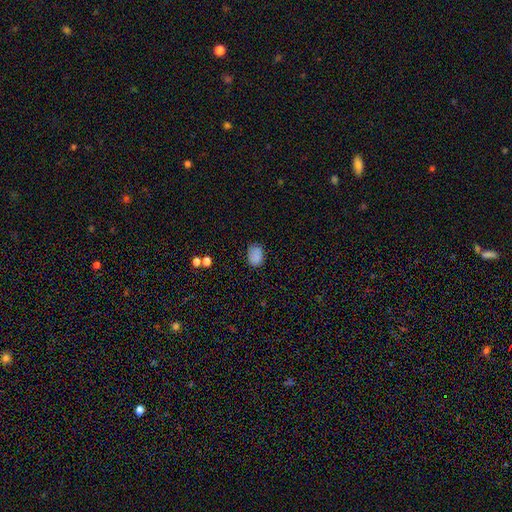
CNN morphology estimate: Smooth or featured: smooth — 84% (star or artifact — 11%)
How rounded: in between — 70% (round — 29%)
Merging: none — 78% (minor disturbance — 17%)